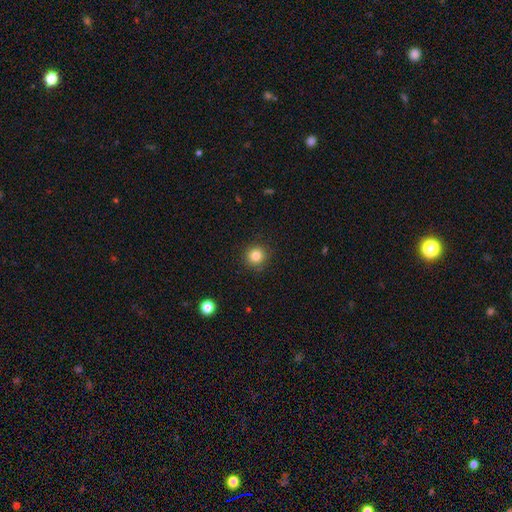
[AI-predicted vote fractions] Smooth or featured? Predicted: smooth (p=0.82). How rounded? Predicted: round (p=0.94). Merging? Predicted: none (p=0.91).